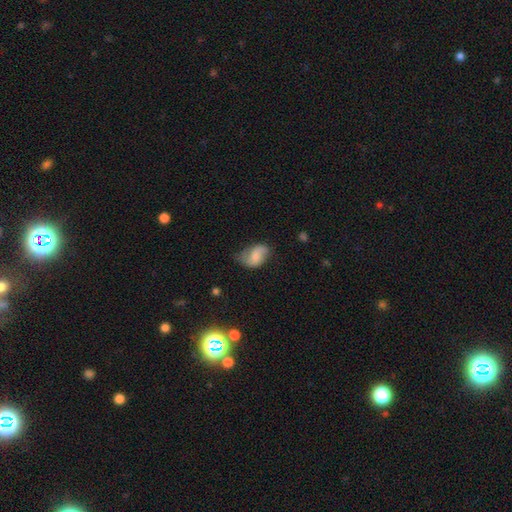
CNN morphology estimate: Smooth or featured? Predicted: smooth (p=0.58). How rounded? Predicted: in between (p=0.86). Merging? Predicted: none (p=0.42).